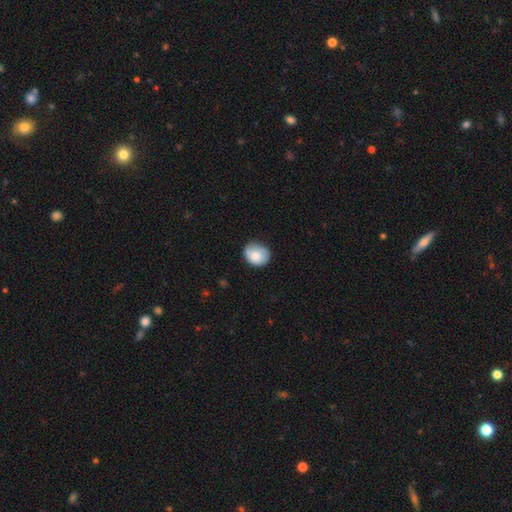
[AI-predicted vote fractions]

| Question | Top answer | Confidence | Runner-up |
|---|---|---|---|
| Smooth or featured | smooth | 74% | featured or disk (19%) |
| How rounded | round | 66% | in between (33%) |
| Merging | none | 66% | minor disturbance (27%) |